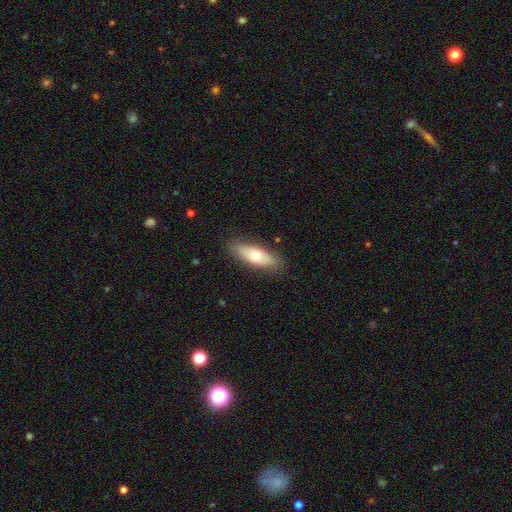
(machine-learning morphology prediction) smooth-or-featured: smooth: 62% | featured or disk: 31% | star or artifact: 6%
  how-rounded: in between: 64% | cigar-shaped: 34% | round: 3%
  merging: none: 85% | minor disturbance: 11% | major disturbance: 3% | merger: 1%